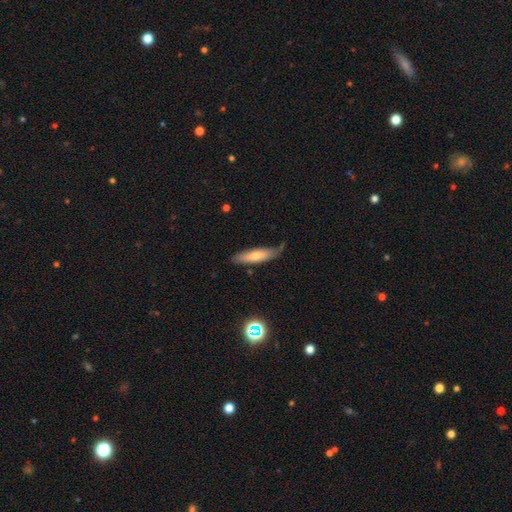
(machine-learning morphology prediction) Smooth or featured: smooth — 63% (featured or disk — 30%)
How rounded: cigar-shaped — 70% (in between — 28%)
Merging: none — 68% (minor disturbance — 24%)